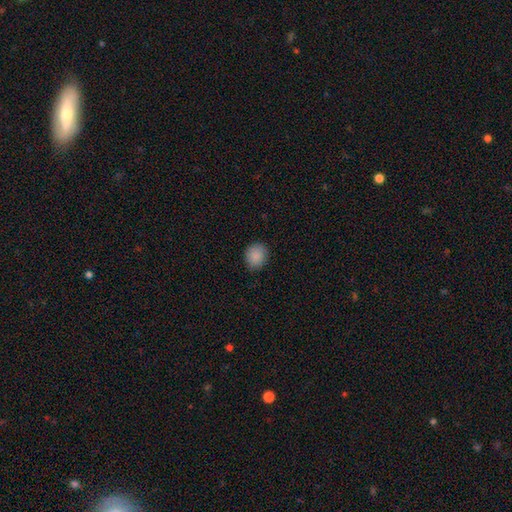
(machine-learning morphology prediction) Smooth or featured? smooth (88%)
How rounded? round (71%)
Merging? none (86%)